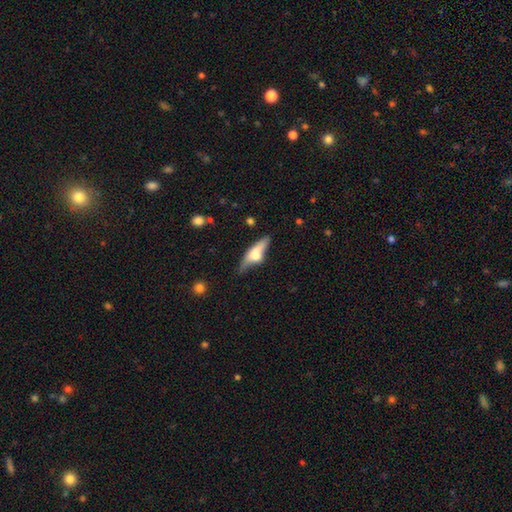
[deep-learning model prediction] Smooth or featured: featured or disk — 48% (smooth — 45%)
Merging: none — 59% (minor disturbance — 22%)